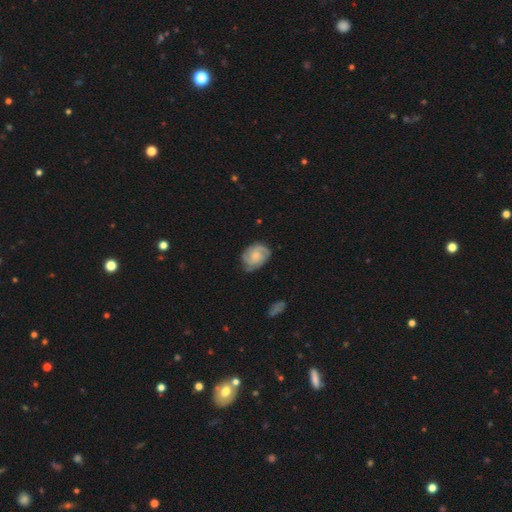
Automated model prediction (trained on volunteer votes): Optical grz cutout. It shows a featured or disk galaxy (76%) with no bar (68%), 3 (43%) tight (52%) spiral arms (96%) and a small central bulge (40%). Merging: none (75%).